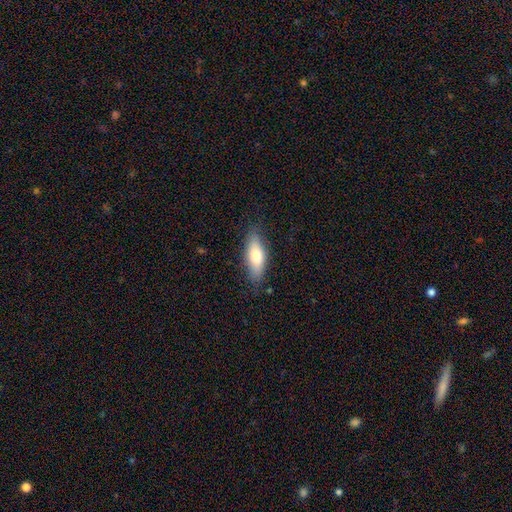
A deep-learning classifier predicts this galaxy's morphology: smooth 70%, featured or disk 24%, star or artifact 6%. Down the decision tree: how rounded — in between (65%); merging — none (81%).